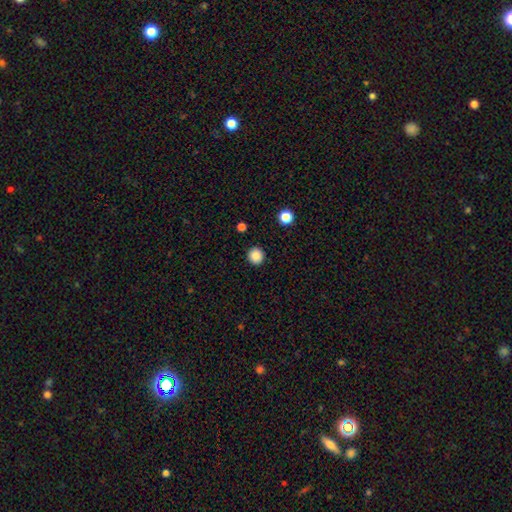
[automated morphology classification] The model was most divided on "smooth or featured": smooth: 87%, star or artifact: 10%, featured or disk: 3%. More confident: how rounded — round (95%); merging — none (92%).